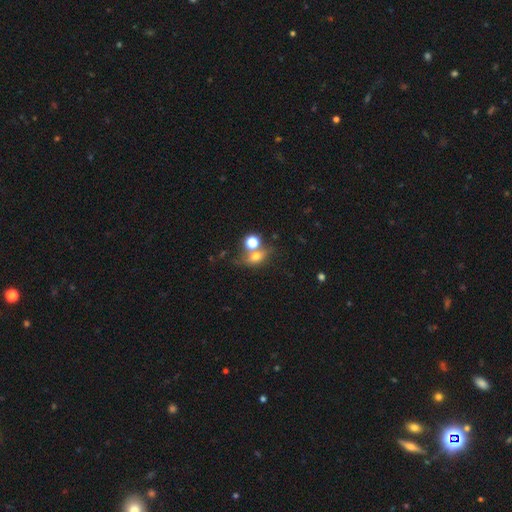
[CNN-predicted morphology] type=smooth (60%); roundness=in between (54%); merging=none (49%).